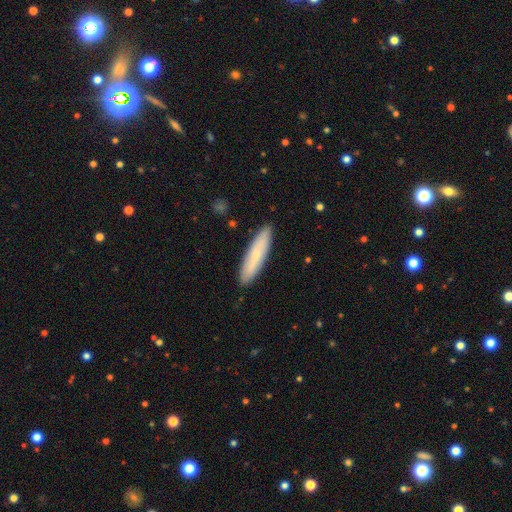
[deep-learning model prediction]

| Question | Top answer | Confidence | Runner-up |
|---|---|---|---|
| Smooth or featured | smooth | 73% | featured or disk (21%) |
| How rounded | cigar-shaped | 80% | in between (19%) |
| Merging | none | 89% | minor disturbance (8%) |